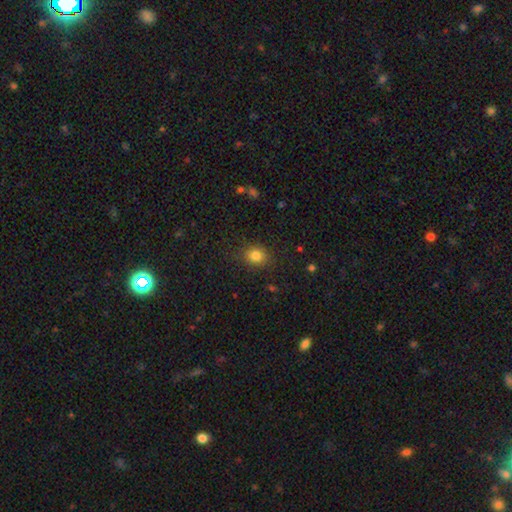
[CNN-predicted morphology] smooth 83%, star or artifact 12%, featured or disk 6%. Down the decision tree: how rounded — round (61%); merging — none (84%).